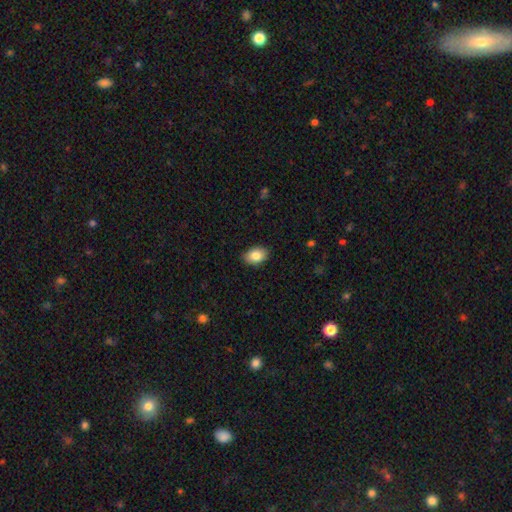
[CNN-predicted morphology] A smooth galaxy with no disk features (84%) that is in between round and cigar-shaped (85%). Merging: none (88%).